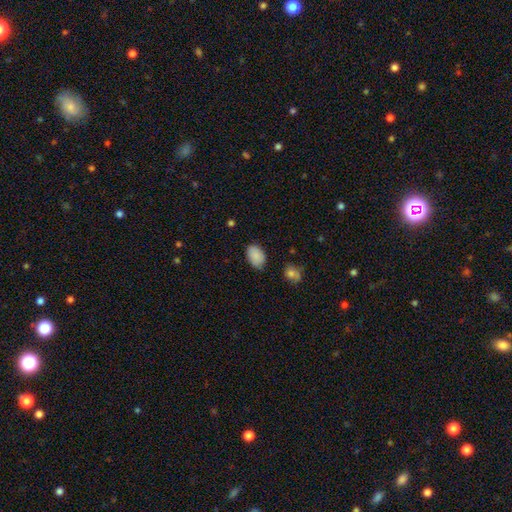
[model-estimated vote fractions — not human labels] Q: Smooth or featured?
A: smooth (87%); runner-up: star or artifact (8%)
Q: How rounded?
A: in between (89%); runner-up: round (10%)
Q: Merging?
A: none (78%); runner-up: minor disturbance (17%)